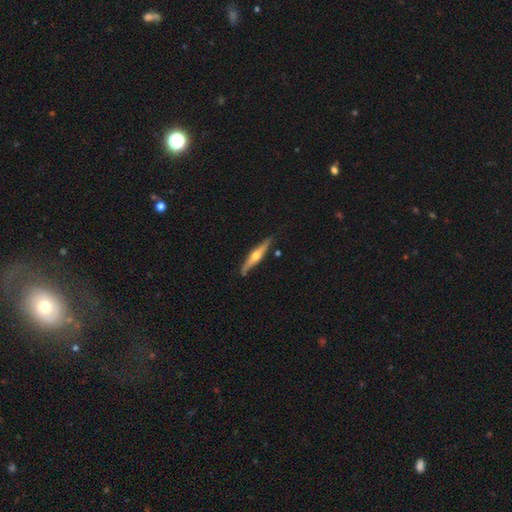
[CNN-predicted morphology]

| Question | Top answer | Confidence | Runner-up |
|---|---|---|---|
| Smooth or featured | featured or disk | 65% | smooth (30%) |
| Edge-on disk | yes | 96% | no (4%) |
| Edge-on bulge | rounded | 92% | none (4%) |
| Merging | none | 84% | minor disturbance (12%) |